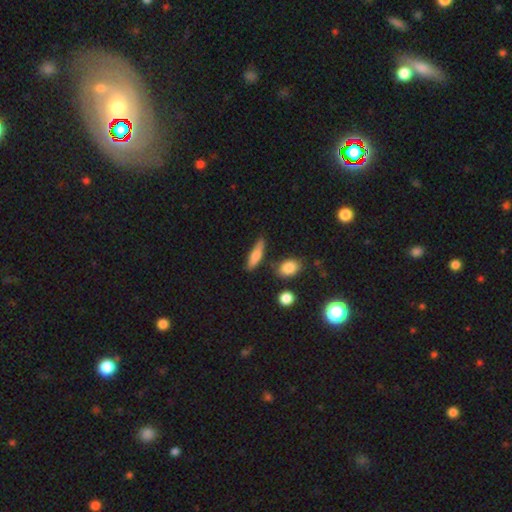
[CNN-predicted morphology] The model was most divided on "how rounded": cigar-shaped: 63%, in between: 34%, round: 3%. More confident: smooth or featured — smooth (75%); merging — none (74%).